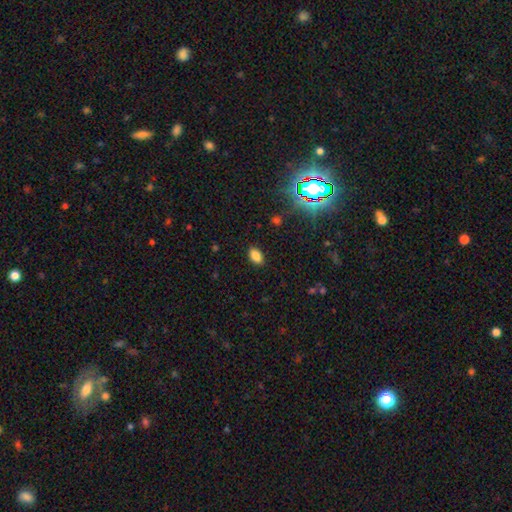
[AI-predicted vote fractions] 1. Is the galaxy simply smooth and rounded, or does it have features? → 83% smooth, 12% star or artifact, 5% featured or disk.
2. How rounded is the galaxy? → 90% in between, 8% round, 2% cigar-shaped.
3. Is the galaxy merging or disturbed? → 86% none, 10% minor disturbance, 2% major disturbance, 1% merger.